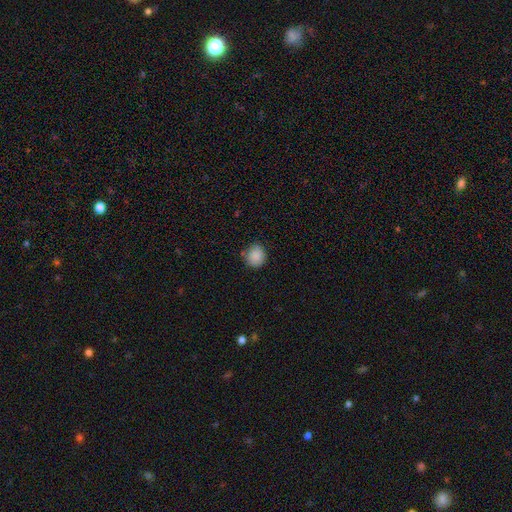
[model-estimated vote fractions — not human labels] This appears to be a smooth galaxy with no disk features (88%) that is round (83%). Merging: none (81%).